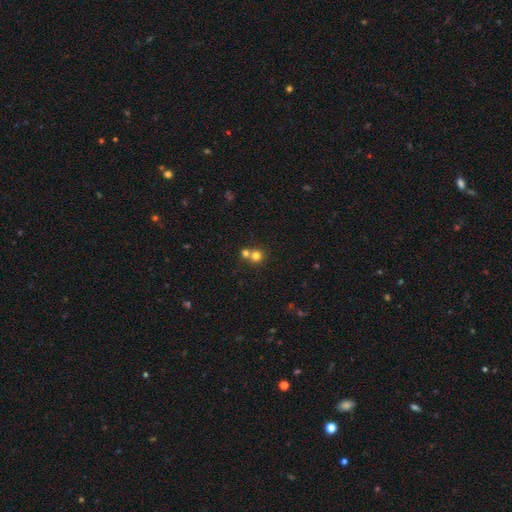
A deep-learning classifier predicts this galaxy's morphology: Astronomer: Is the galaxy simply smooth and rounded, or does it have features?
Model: smooth — 76%.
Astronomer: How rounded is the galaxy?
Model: round — 89%.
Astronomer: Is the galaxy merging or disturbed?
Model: none — 47% (runner-up: merger, 46%).